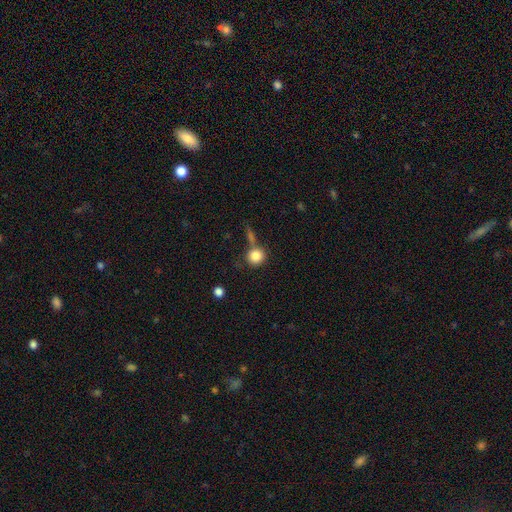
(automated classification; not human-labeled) Overall: smooth (84%). How rounded: round (87%). Merging: none (64%).